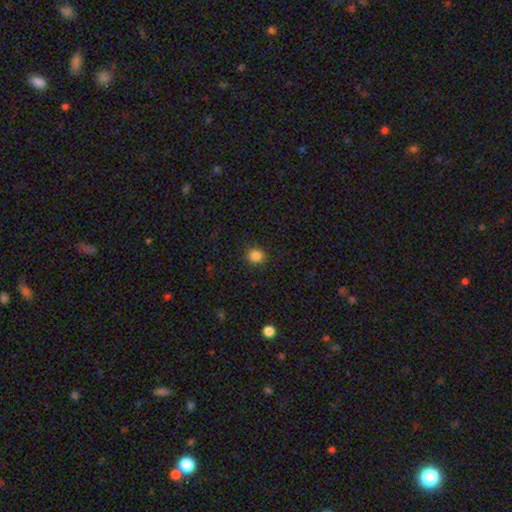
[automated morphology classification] The model was most divided on "how rounded": round: 85%, in between: 15%, cigar-shaped: 1%. More confident: merging — none (89%); smooth or featured — smooth (85%).